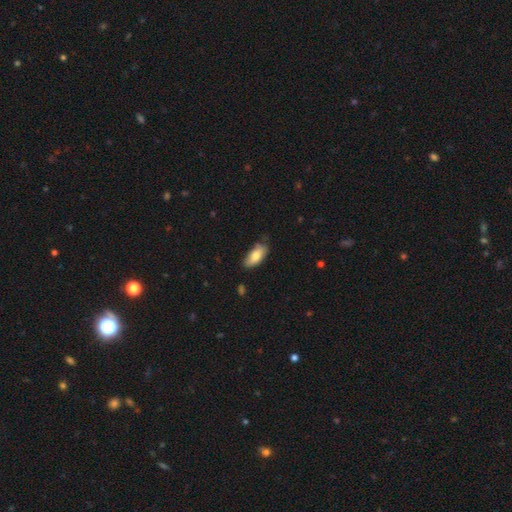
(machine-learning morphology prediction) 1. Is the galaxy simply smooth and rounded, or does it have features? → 78% smooth, 16% featured or disk, 6% star or artifact.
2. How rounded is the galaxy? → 88% in between, 10% cigar-shaped, 2% round.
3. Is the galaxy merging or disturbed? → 65% none, 28% minor disturbance, 5% major disturbance, 2% merger.